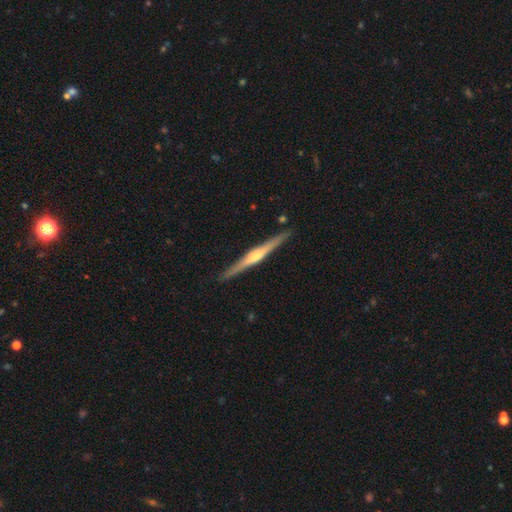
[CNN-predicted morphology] Q: Smooth or featured?
A: featured or disk (72%); runner-up: smooth (23%)
Q: Edge-on disk?
A: yes (98%); runner-up: no (2%)
Q: Edge-on bulge?
A: rounded (70%); runner-up: none (16%)
Q: Merging?
A: none (90%); runner-up: minor disturbance (7%)